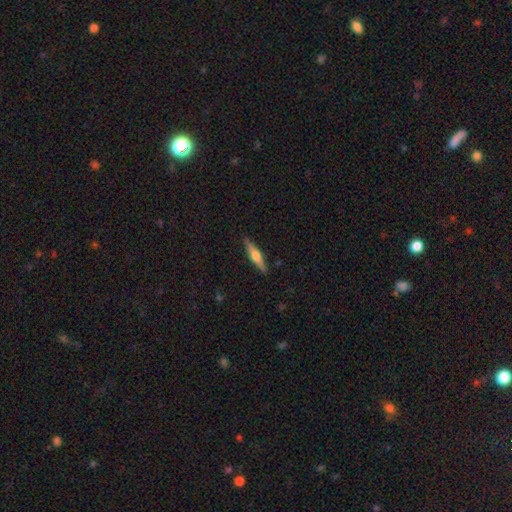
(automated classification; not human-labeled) Q: Smooth or featured?
A: featured or disk (56%); runner-up: smooth (38%)
Q: Edge-on disk?
A: yes (96%); runner-up: no (4%)
Q: Edge-on bulge?
A: rounded (86%); runner-up: boxy (9%)
Q: Merging?
A: none (90%); runner-up: minor disturbance (8%)